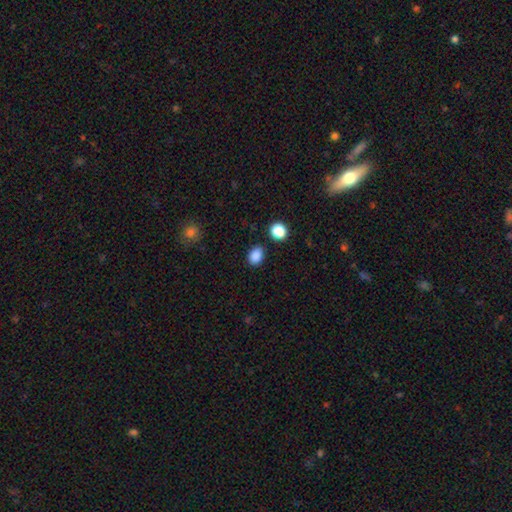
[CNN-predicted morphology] Q: Smooth or featured?
A: smooth (87%); runner-up: star or artifact (10%)
Q: How rounded?
A: in between (65%); runner-up: round (34%)
Q: Merging?
A: none (85%); runner-up: minor disturbance (10%)